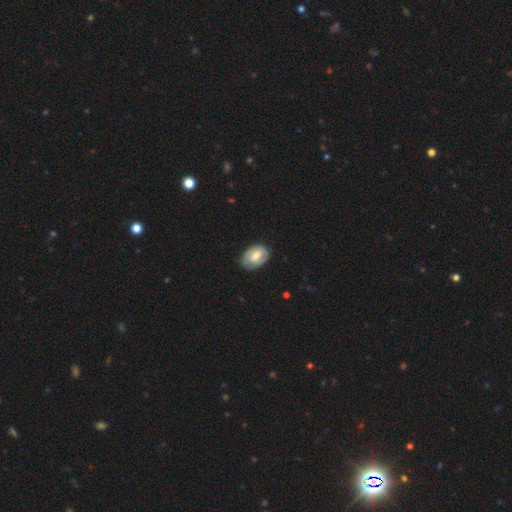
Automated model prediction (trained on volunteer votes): featured or disk 48%, smooth 46%, star or artifact 6%. Down the decision tree: merging — none (73%).